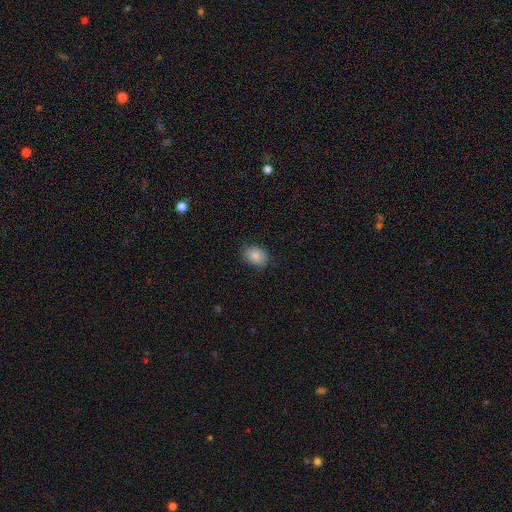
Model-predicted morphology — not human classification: smooth 86%, star or artifact 8%, featured or disk 6%. Down the decision tree: how rounded — in between (67%); merging — none (83%).